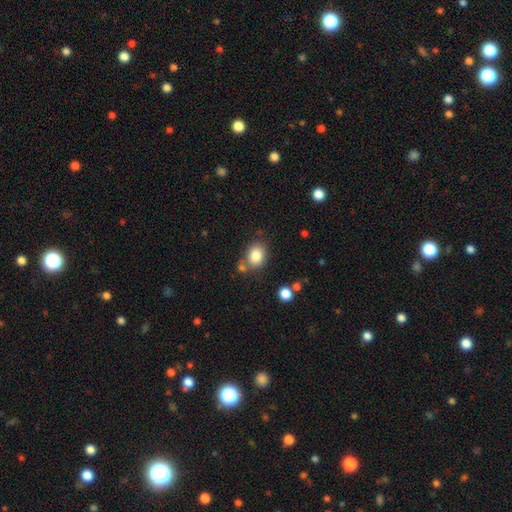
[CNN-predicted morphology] Q: Smooth or featured?
A: smooth (84%); runner-up: star or artifact (9%)
Q: How rounded?
A: in between (56%); runner-up: round (44%)
Q: Merging?
A: none (65%); runner-up: minor disturbance (15%)